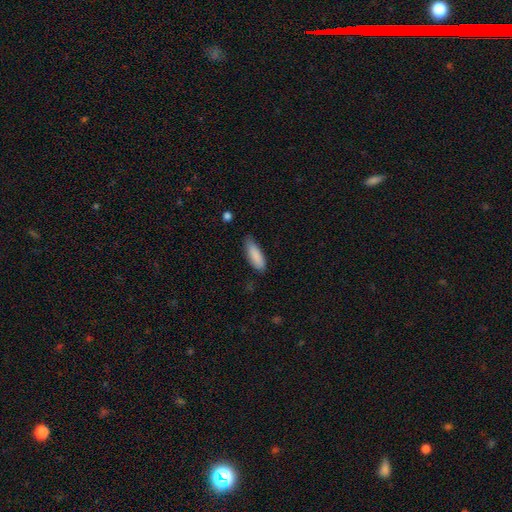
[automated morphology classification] Overall: smooth (88%). How rounded: in between (59%; cigar-shaped 39%). Merging: none (69%).